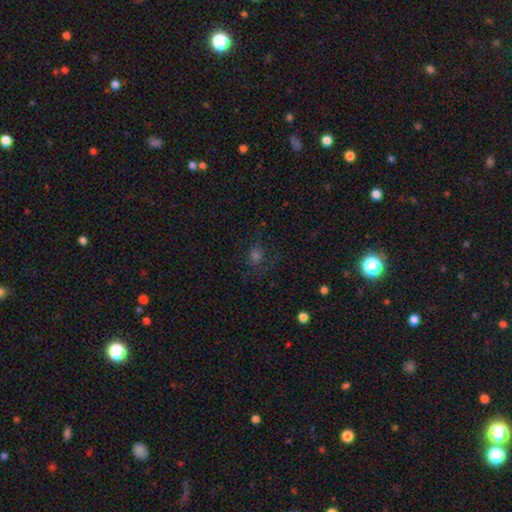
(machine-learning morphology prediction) A smooth galaxy with no disk features (43%).

Vote fractions:
- Smooth or featured? smooth: 43% / star or artifact: 38% / featured or disk: 20%
- Merging? none: 65% / minor disturbance: 18% / major disturbance: 15% / merger: 2%